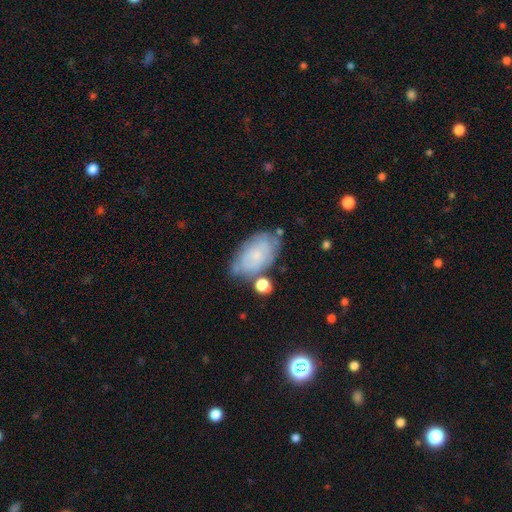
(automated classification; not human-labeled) smooth_or_featured: featured or disk (p=0.48) [alt: smooth p=0.43]
merging: none (p=0.59) [alt: minor disturbance p=0.25]